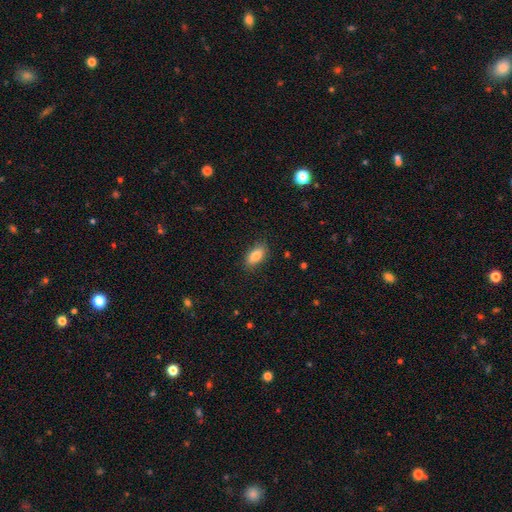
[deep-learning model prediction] smooth-or-featured: smooth: 85% | featured or disk: 8% | star or artifact: 7%
  how-rounded: in between: 89% | cigar-shaped: 8% | round: 4%
  merging: none: 85% | minor disturbance: 11% | major disturbance: 3% | merger: 1%